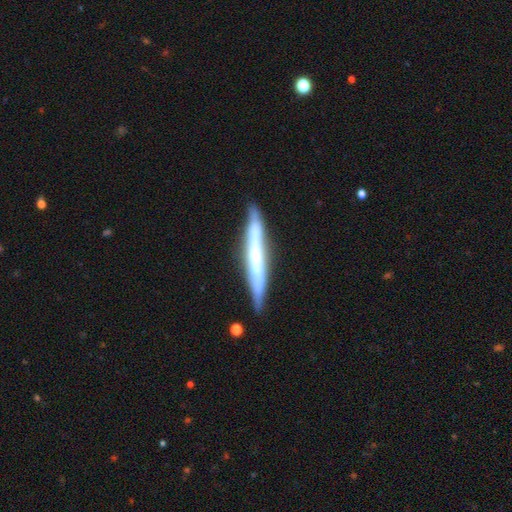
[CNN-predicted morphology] This is possibly a featured or disk galaxy (59%). It is clearly viewed edge-on (90%). Edge-on bulge: likely none (68%). Merging: clearly none (81%).